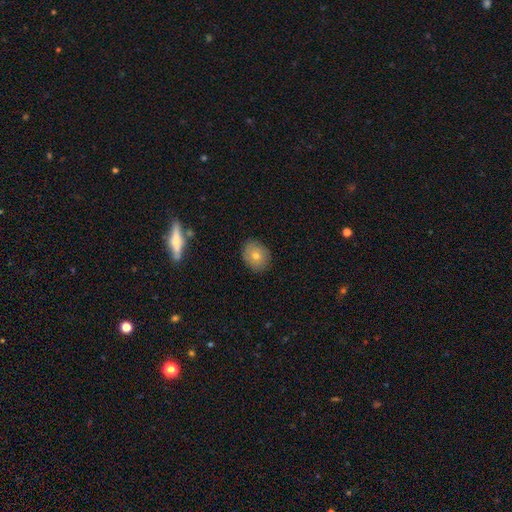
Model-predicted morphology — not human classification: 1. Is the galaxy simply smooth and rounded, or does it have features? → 68% smooth, 21% featured or disk, 11% star or artifact.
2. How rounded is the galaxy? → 54% round, 44% in between, 2% cigar-shaped.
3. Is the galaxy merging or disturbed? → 86% none, 10% minor disturbance, 2% major disturbance, 1% merger.